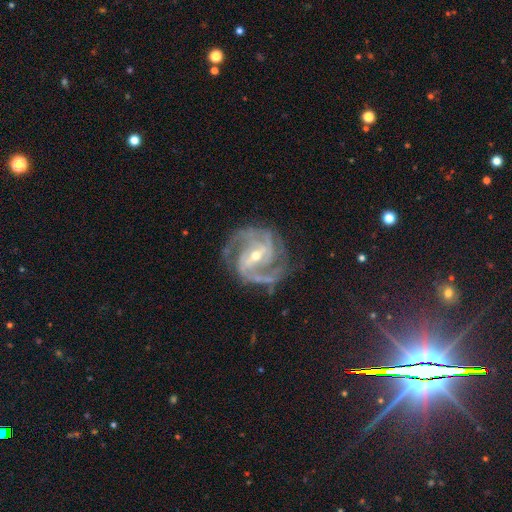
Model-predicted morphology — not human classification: This appears to be a featured or disk galaxy (92%) with a weak bar (42%, tied with strong), 2 (59%) medium (50%) spiral arms (98%) and a small central bulge (53%). Merging: none (74%).